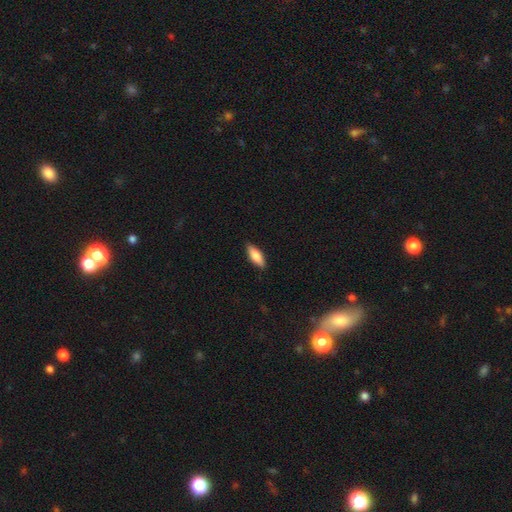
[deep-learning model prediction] Overall: smooth (79%). How rounded: in between (64%; cigar-shaped 34%). Merging: none (88%).